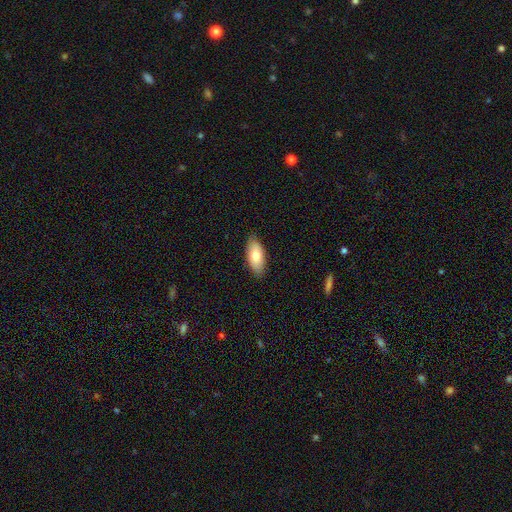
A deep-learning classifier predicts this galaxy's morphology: This is likely a smooth galaxy (76%). How rounded: clearly in between (88%). Merging: clearly none (85%).